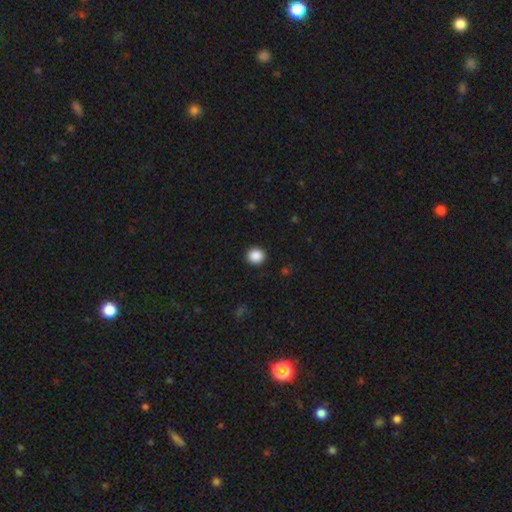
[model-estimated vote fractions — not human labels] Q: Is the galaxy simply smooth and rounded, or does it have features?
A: smooth — 88%.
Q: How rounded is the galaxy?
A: round — 90%.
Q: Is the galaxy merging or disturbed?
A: none — 92%.